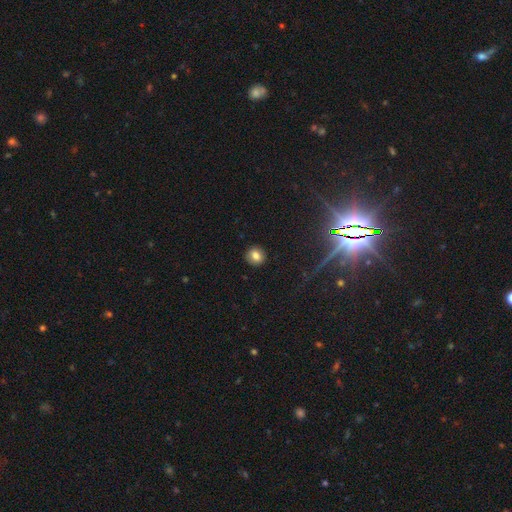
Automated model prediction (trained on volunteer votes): smooth 77%, featured or disk 11%, star or artifact 11%. Down the decision tree: how rounded — round (82%); merging — none (89%).